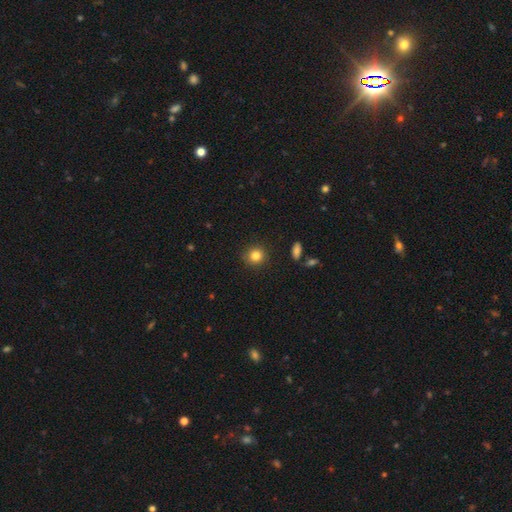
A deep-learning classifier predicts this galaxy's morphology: Smooth or featured? smooth (83%)
How rounded? round (90%)
Merging? none (89%)